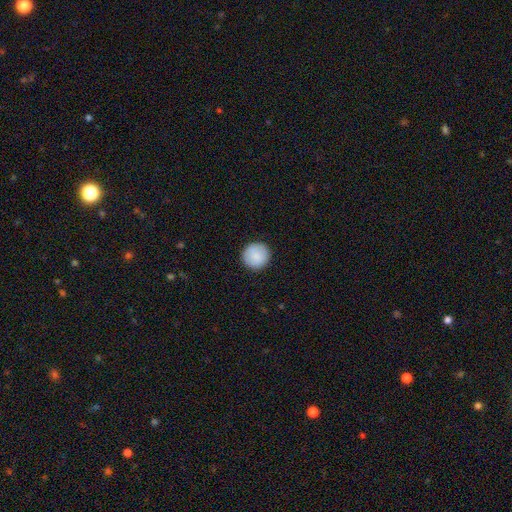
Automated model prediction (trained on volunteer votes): smooth-or-featured: smooth: 88% | star or artifact: 7% | featured or disk: 5%
  how-rounded: round: 96% | in between: 3% | cigar-shaped: 1%
  merging: none: 92% | minor disturbance: 6% | major disturbance: 2% | merger: 1%